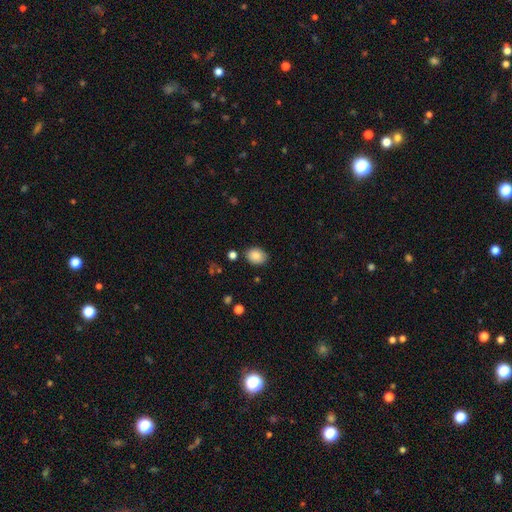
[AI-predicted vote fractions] Q: Smooth or featured?
A: smooth (86%); runner-up: star or artifact (8%)
Q: How rounded?
A: in between (65%); runner-up: round (34%)
Q: Merging?
A: none (82%); runner-up: minor disturbance (12%)